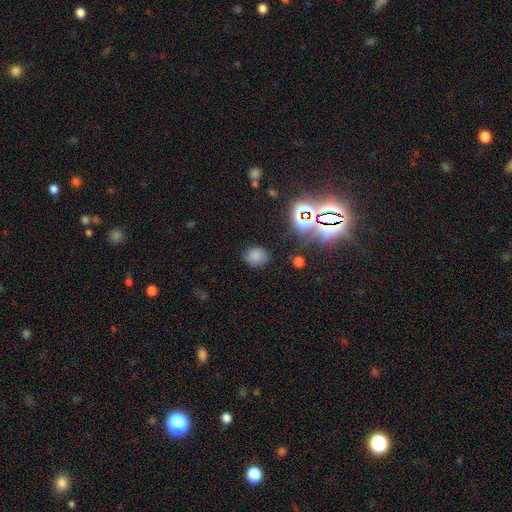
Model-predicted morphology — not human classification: Smooth or featured? Predicted: smooth (p=0.73). How rounded? Predicted: round (p=0.67). Merging? Predicted: none (p=0.78).